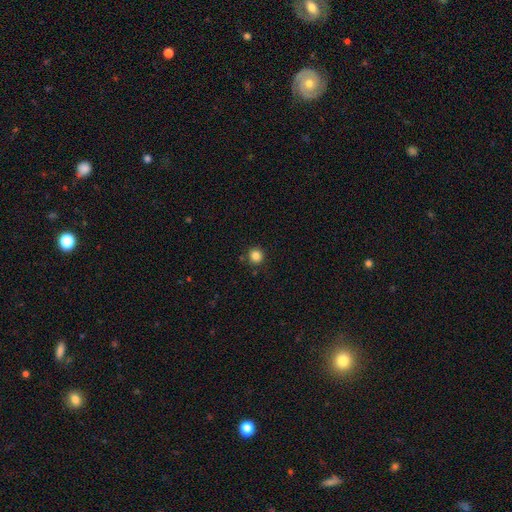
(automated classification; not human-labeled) Smooth or featured? smooth (84%)
How rounded? round (93%)
Merging? none (88%)